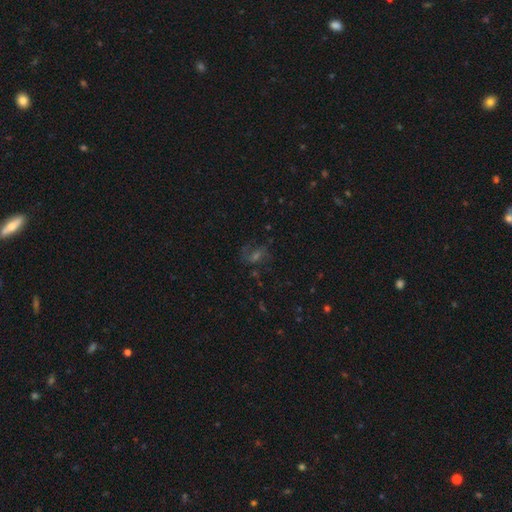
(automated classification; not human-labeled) Smooth or featured? Predicted: featured or disk (p=0.41). Merging? Predicted: none (p=0.65).